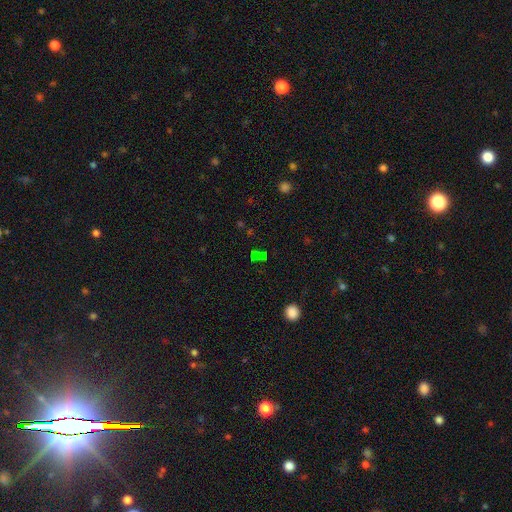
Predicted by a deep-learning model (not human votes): Smooth or featured: star or artifact — 56% (smooth — 32%)